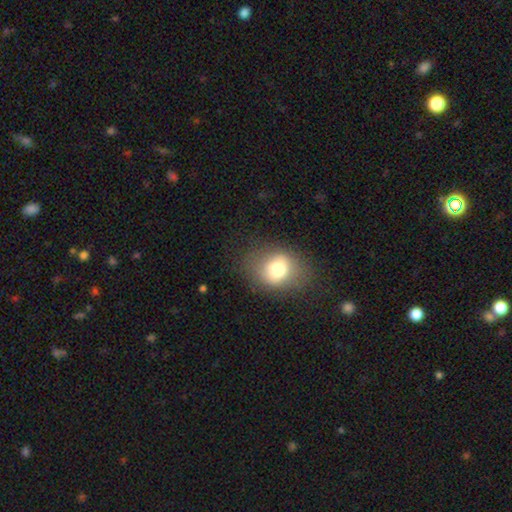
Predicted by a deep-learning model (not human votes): Morphology: type=smooth (72%); roundness=in between (55%); merging=none (80%).